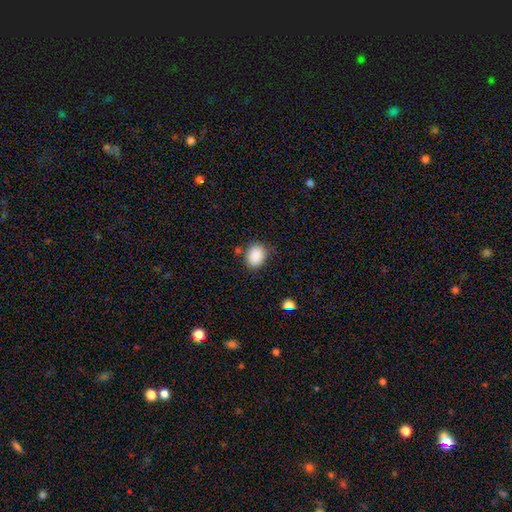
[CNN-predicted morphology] Smooth or featured: smooth — 89% (star or artifact — 8%)
How rounded: in between — 56% (round — 43%)
Merging: none — 78% (minor disturbance — 14%)